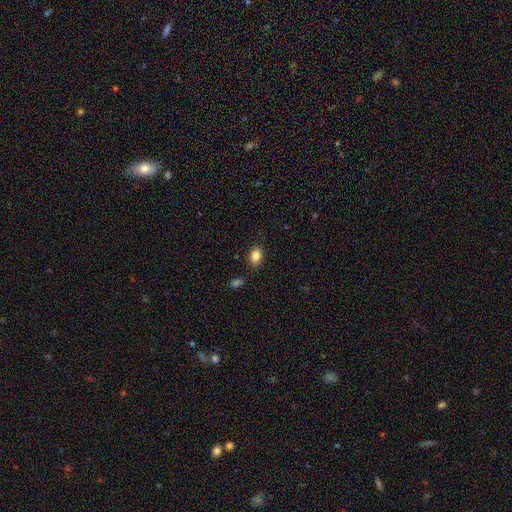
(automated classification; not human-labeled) This is clearly a smooth galaxy (85%). How rounded: clearly in between (83%). Merging: clearly none (83%).